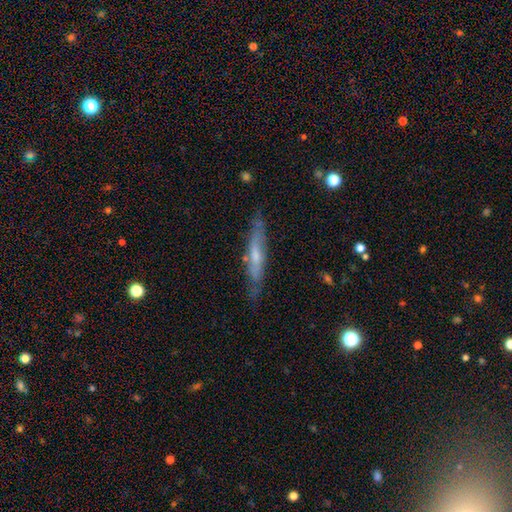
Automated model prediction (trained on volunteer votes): Smooth or featured? Predicted: featured or disk (p=0.54). Edge-on disk? Predicted: yes (p=0.75). Merging? Predicted: none (p=0.75).